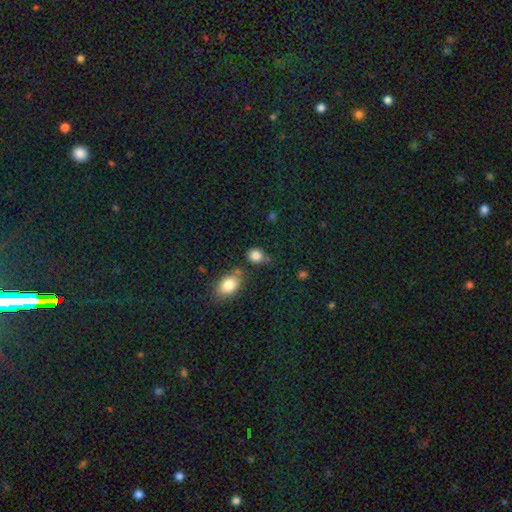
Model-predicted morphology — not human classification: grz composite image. It shows a smooth galaxy with no disk features (84%) that is round (66%). Merging: none (62%).